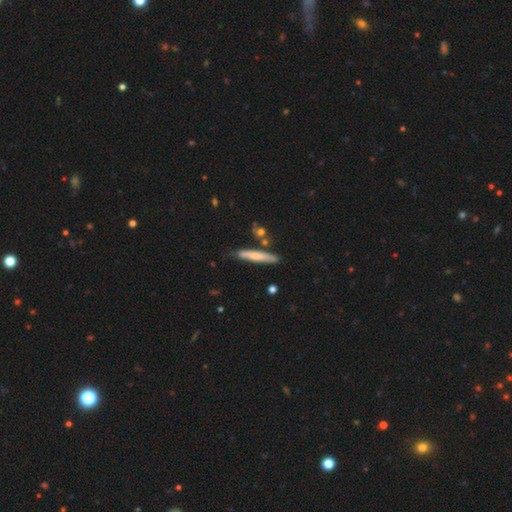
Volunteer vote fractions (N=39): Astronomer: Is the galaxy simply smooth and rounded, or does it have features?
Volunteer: smooth — 59% (runner-up: featured or disk, 41%).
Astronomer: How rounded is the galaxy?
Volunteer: cigar-shaped — 83%.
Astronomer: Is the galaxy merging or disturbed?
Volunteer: none — 92%.